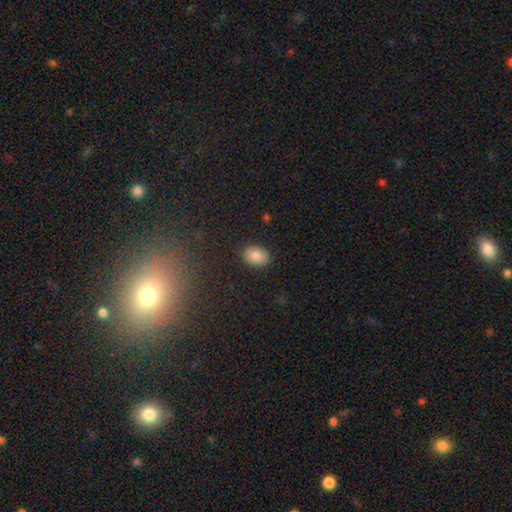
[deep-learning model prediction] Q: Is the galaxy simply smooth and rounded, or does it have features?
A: smooth — 84%.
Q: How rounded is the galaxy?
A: in between — 73%.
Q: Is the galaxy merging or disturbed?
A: none — 88%.